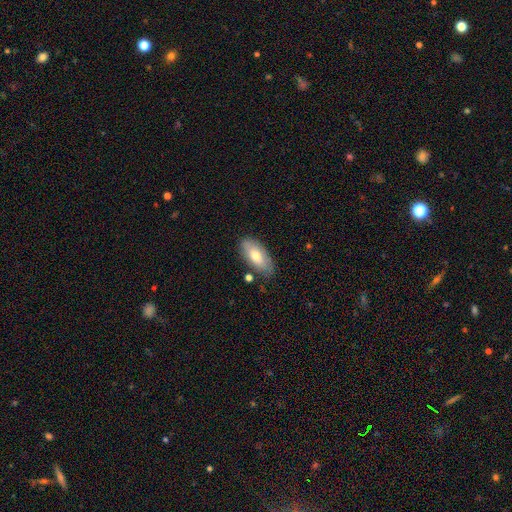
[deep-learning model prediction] Morphology: type=smooth (69%); roundness=in between (89%); merging=none (80%).